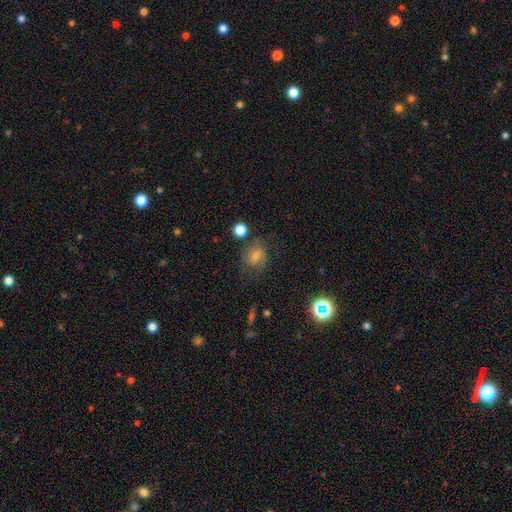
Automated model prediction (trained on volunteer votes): smooth-or-featured: featured or disk: 38% (tied) | smooth: 38% (tied) | star or artifact: 24%
  merging: none: 68% | minor disturbance: 18% | major disturbance: 10% | merger: 3%